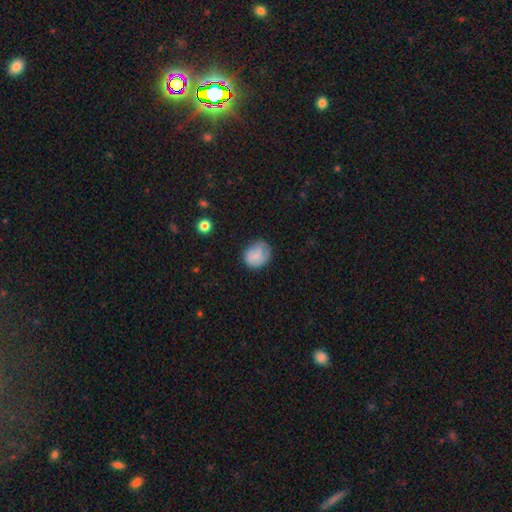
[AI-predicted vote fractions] smooth-or-featured: smooth: 64% | featured or disk: 28% | star or artifact: 8%
  how-rounded: round: 63% | in between: 36% | cigar-shaped: 1%
  merging: none: 66% | minor disturbance: 25% | major disturbance: 8% | merger: 1%